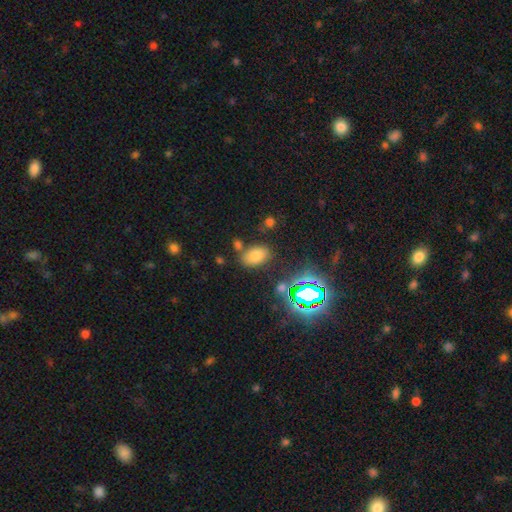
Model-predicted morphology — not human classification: type=smooth (72%); roundness=in between (89%); merging=none (73%).